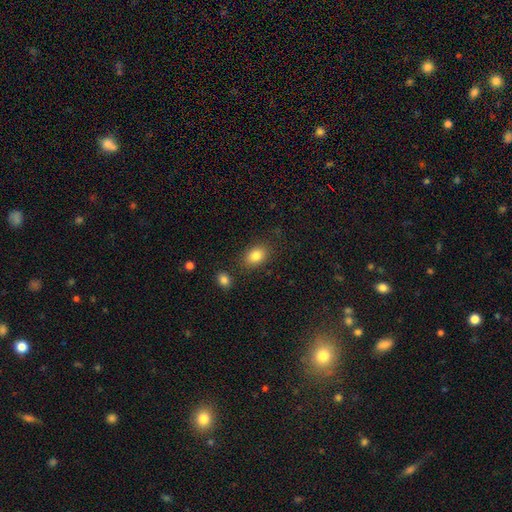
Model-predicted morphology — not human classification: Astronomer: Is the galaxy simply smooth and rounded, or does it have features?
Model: smooth — 83%.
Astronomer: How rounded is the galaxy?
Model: in between — 78%.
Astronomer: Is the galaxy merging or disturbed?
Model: none — 82%.